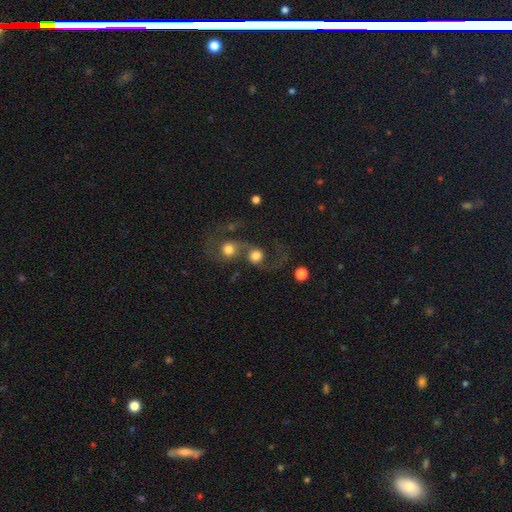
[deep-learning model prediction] The model was most divided on "smooth or featured": smooth: 46%, featured or disk: 44%, star or artifact: 11%. More confident: merging — merger (63%).